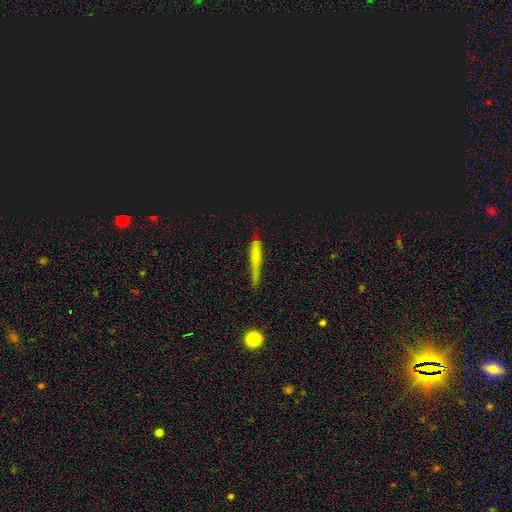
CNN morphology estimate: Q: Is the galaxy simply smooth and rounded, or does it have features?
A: smooth — 59%.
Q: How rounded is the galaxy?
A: cigar-shaped — 93%.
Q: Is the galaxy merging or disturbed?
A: none — 73%.